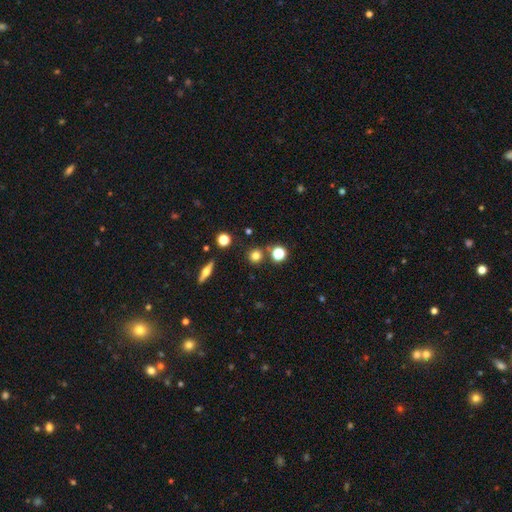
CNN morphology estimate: Smooth or featured? smooth (75%)
How rounded? round (91%)
Merging? none (81%)